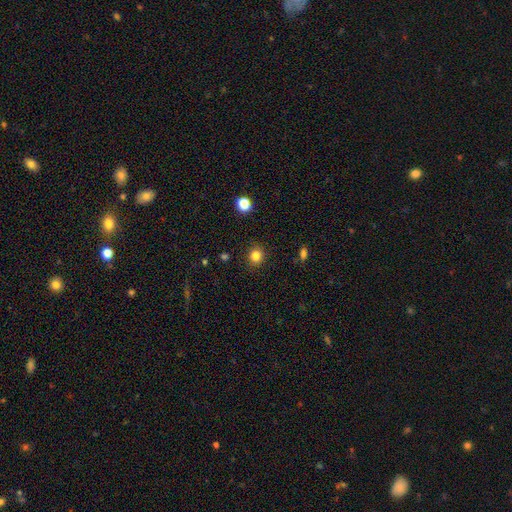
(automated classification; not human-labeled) Smooth or featured: smooth — 83% (star or artifact — 12%)
How rounded: round — 86% (in between — 13%)
Merging: none — 90% (minor disturbance — 6%)